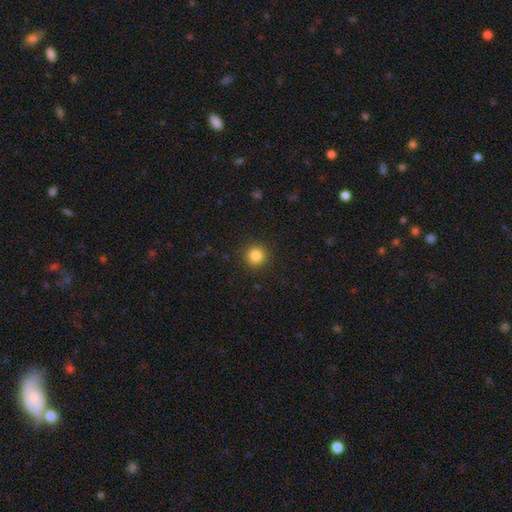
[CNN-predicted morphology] Smooth or featured: smooth — 84% (star or artifact — 11%)
How rounded: round — 95% (in between — 4%)
Merging: none — 92% (minor disturbance — 5%)